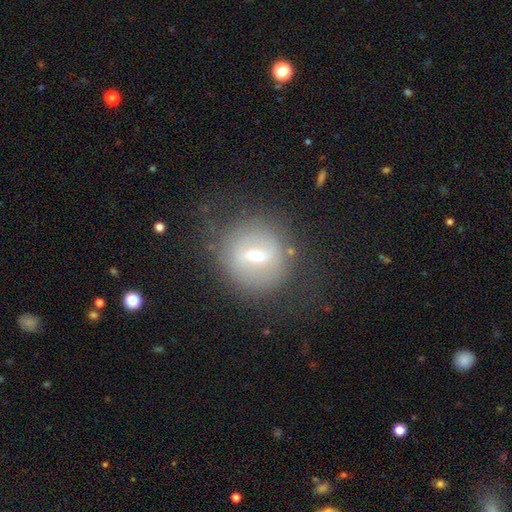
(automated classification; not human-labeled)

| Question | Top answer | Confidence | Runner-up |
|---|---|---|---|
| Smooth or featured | featured or disk | 53% | smooth (37%) |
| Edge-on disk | no | 83% | yes (17%) |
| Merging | none | 68% | minor disturbance (17%) |